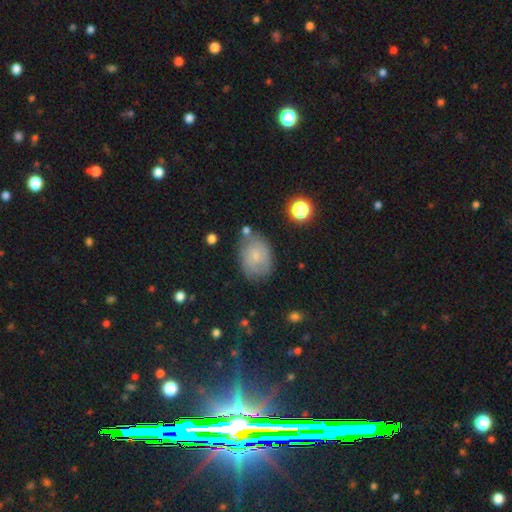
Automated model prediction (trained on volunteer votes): smooth-or-featured: smooth: 56% | featured or disk: 33% | star or artifact: 11%
  how-rounded: in between: 68% | round: 31% | cigar-shaped: 1%
  merging: none: 65% | minor disturbance: 23% | major disturbance: 7% | merger: 5%